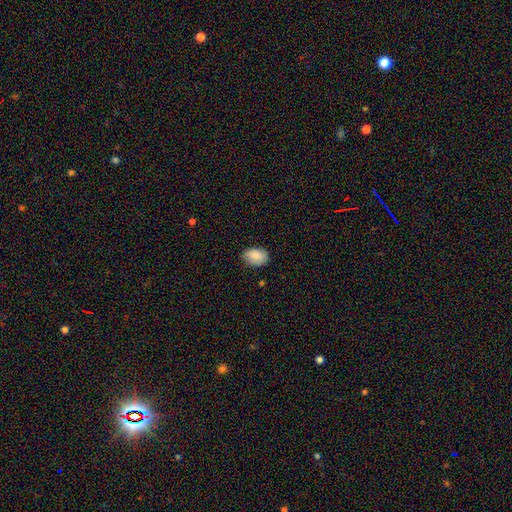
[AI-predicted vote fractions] This is clearly a smooth galaxy (87%). How rounded: clearly in between (82%). Merging: likely none (74%).